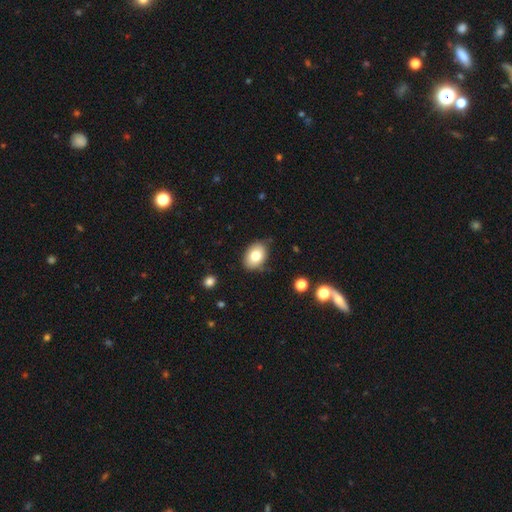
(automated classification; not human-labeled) Smooth or featured: smooth — 77% (featured or disk — 14%)
How rounded: in between — 76% (round — 23%)
Merging: none — 77% (minor disturbance — 18%)